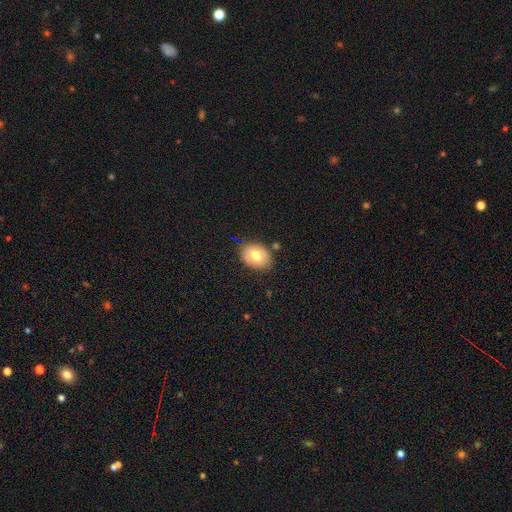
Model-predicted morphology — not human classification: type=smooth (70%); roundness=in between (61%); merging=none (81%).